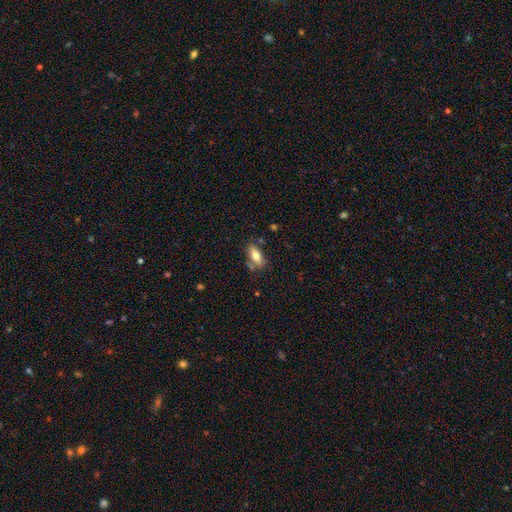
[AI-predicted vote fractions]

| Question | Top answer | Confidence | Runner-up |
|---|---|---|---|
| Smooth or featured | smooth | 71% | featured or disk (21%) |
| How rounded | in between | 81% | cigar-shaped (15%) |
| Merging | none | 69% | minor disturbance (18%) |